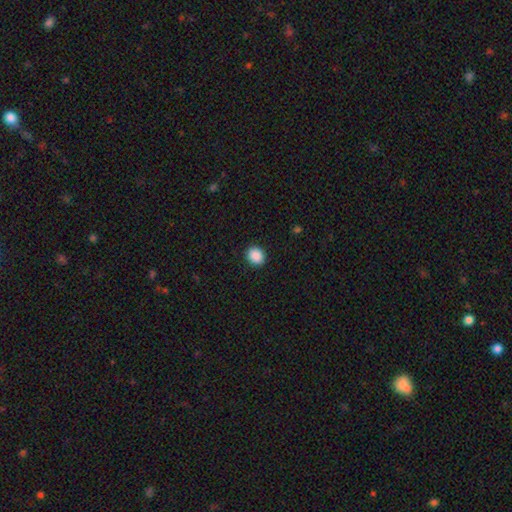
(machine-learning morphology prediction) Overall: smooth (89%). How rounded: round (70%). Merging: none (92%).